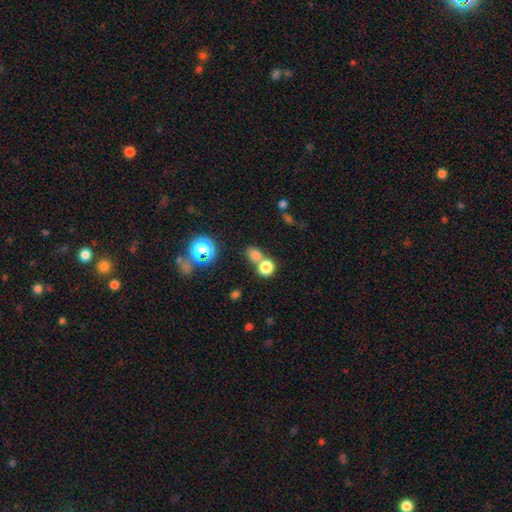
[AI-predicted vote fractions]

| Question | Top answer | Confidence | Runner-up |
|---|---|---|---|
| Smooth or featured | smooth | 71% | star or artifact (21%) |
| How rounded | round | 64% | in between (34%) |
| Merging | none | 49% | merger (38%) |